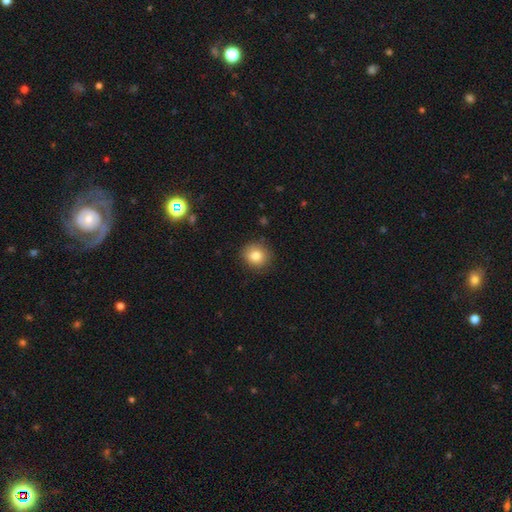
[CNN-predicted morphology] Smooth or featured? Predicted: smooth (p=0.82). How rounded? Predicted: round (p=0.82). Merging? Predicted: none (p=0.86).